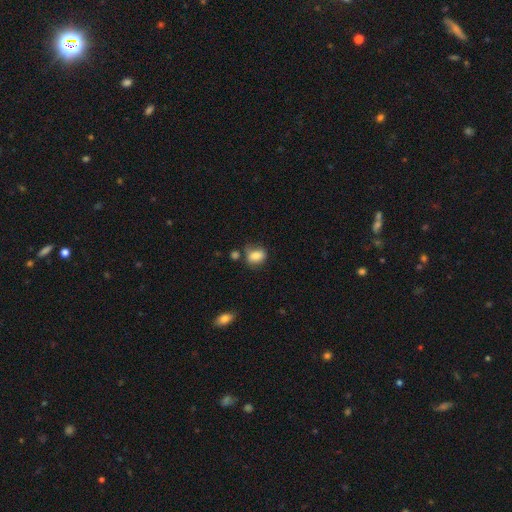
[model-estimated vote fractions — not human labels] This appears to be a smooth galaxy with no disk features (81%) that is in between round and cigar-shaped (67%). Merging: none (54%).